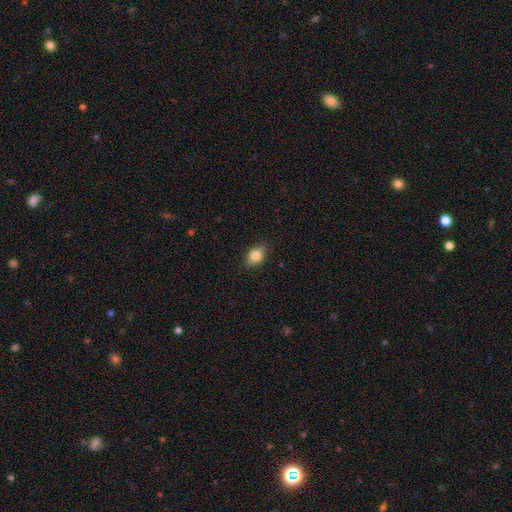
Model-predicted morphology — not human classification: type=smooth (77%); roundness=in between (76%); merging=none (84%).